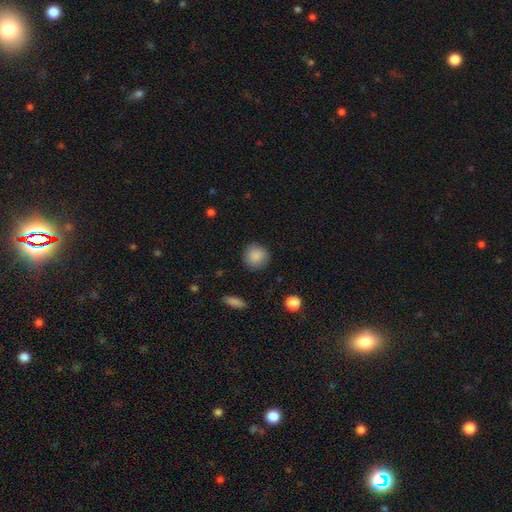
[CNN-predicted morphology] smooth-or-featured: smooth: 87% | star or artifact: 7% | featured or disk: 5%
  how-rounded: round: 91% | in between: 8% | cigar-shaped: 1%
  merging: none: 86% | minor disturbance: 10% | major disturbance: 3% | merger: 1%